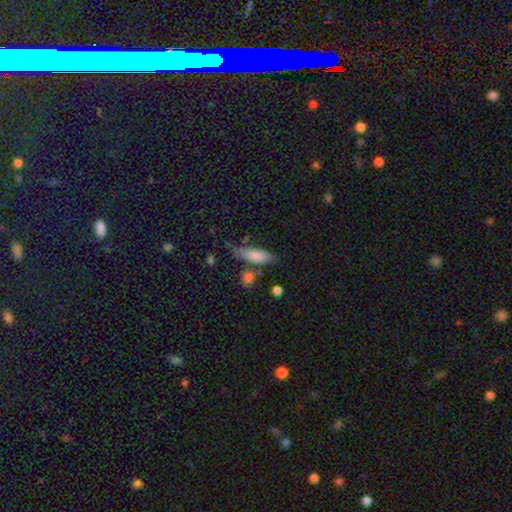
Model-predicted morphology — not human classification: Smooth or featured? Predicted: smooth (p=0.77). How rounded? Predicted: in between (p=0.64). Merging? Predicted: none (p=0.52).